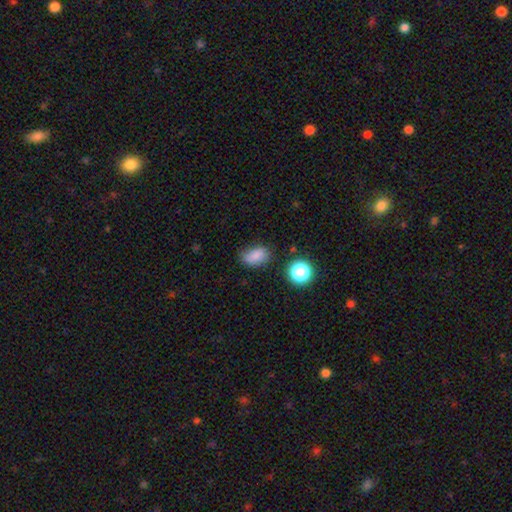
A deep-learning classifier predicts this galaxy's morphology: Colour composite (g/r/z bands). It shows a smooth galaxy with no disk features (82%) that is in between round and cigar-shaped (84%). Merging: none (68%).